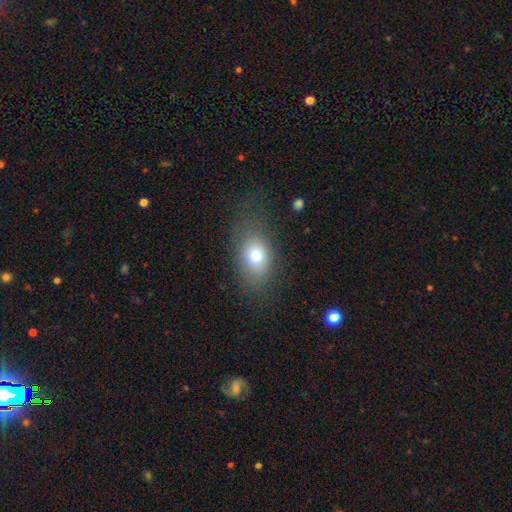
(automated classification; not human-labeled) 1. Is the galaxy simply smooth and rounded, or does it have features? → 74% smooth, 15% featured or disk, 11% star or artifact.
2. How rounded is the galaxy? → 78% in between, 20% round, 2% cigar-shaped.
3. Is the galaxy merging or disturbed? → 70% none, 17% minor disturbance, 12% major disturbance, 2% merger.